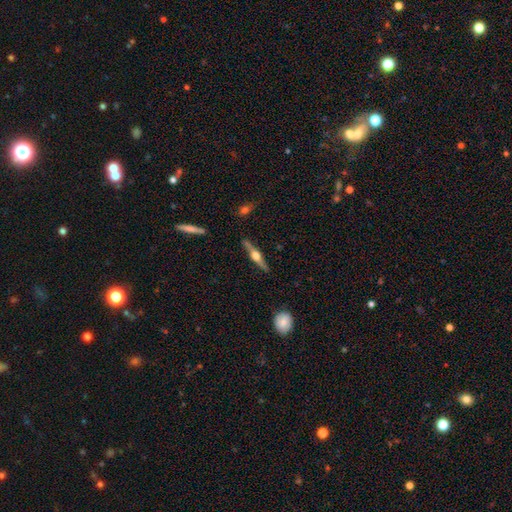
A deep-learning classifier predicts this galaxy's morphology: Overall: featured or disk (78%). Edge-on disk: yes (98%). Edge-on bulge: rounded (94%). Merging: none (89%).